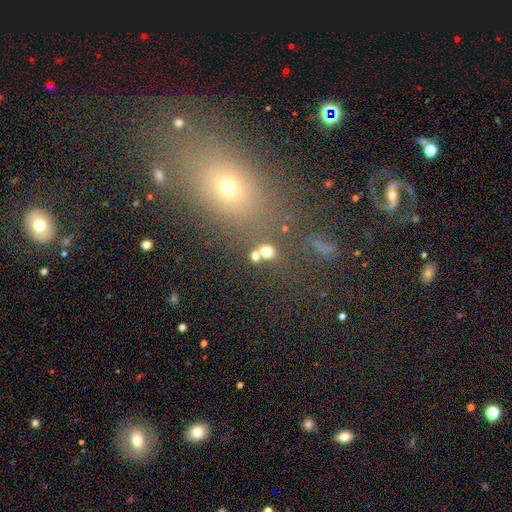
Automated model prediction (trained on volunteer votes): A smooth galaxy with no disk features (72%) that is round (73%). Merging: none (64%).